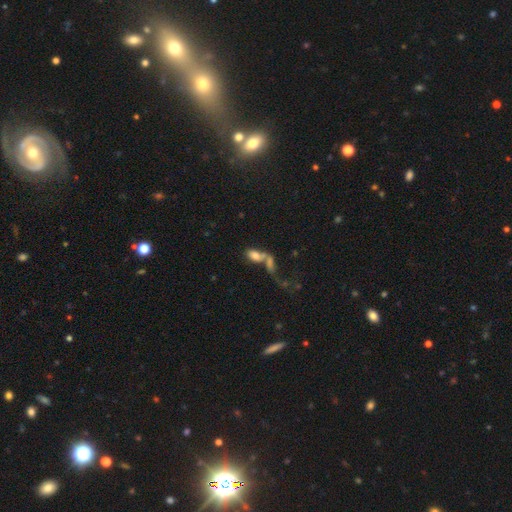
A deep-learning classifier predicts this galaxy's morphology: type=smooth (73%); roundness=in between (87%); merging=merger (63%).